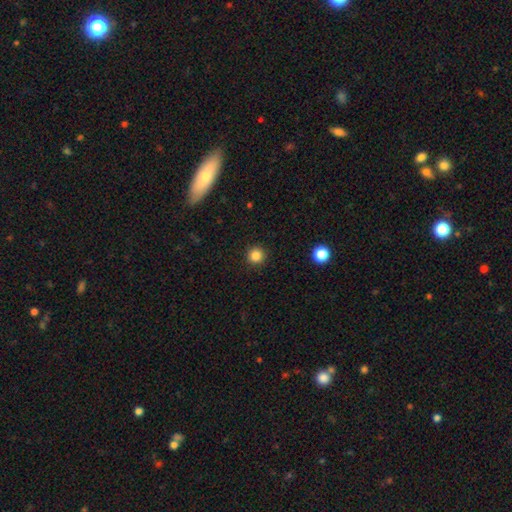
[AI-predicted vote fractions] smooth_or_featured: smooth (p=0.85) [alt: star or artifact p=0.12]
how_rounded: round (p=0.95) [alt: in between p=0.04]
merging: none (p=0.92) [alt: minor disturbance p=0.05]